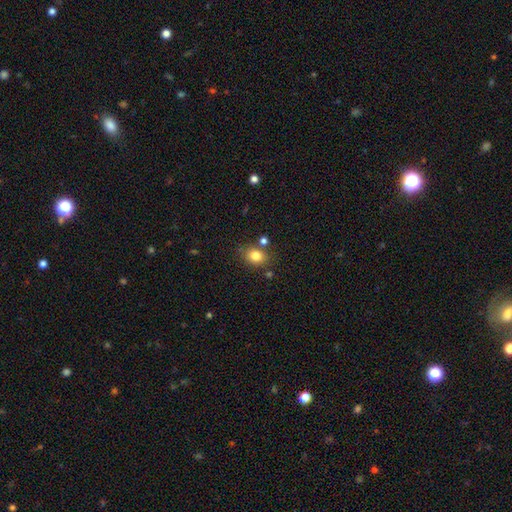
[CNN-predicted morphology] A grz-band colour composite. It shows a smooth galaxy with no disk features (81%) that is in between round and cigar-shaped (52%). Merging: none (72%).